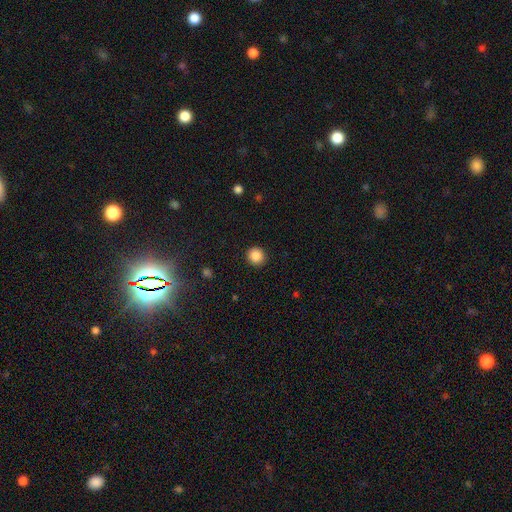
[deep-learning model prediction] smooth 87%, star or artifact 10%, featured or disk 3%. Down the decision tree: how rounded — round (91%); merging — none (92%).